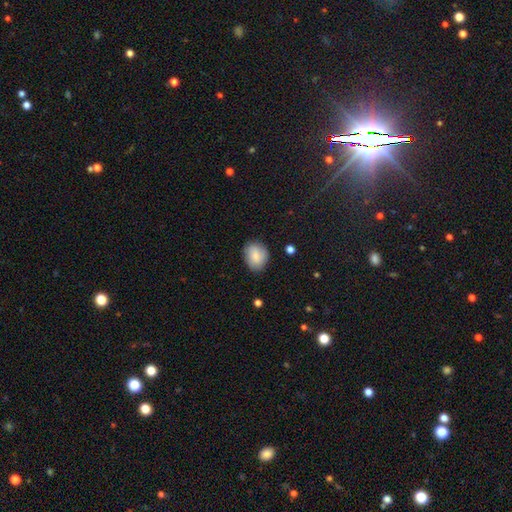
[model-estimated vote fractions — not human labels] Smooth or featured? smooth (84%)
How rounded? in between (51%)
Merging? none (82%)